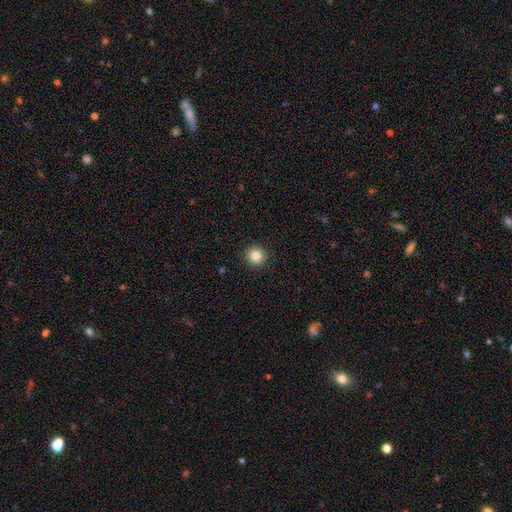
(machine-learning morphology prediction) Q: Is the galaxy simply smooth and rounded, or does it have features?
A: smooth — 84%.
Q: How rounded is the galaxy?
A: round — 94%.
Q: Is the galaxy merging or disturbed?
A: none — 92%.